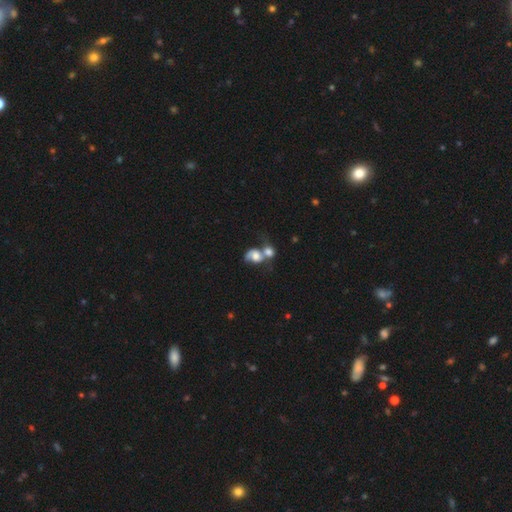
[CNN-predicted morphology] Overall: featured or disk (47%; smooth 44%). Merging: merger (70%).